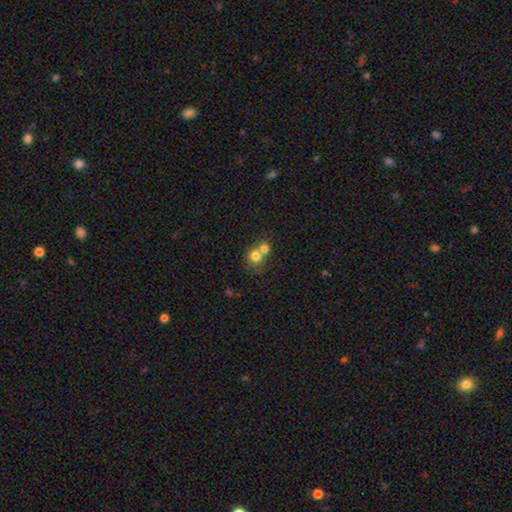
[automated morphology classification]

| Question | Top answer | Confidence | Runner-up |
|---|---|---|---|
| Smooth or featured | smooth | 76% | featured or disk (13%) |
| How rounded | round | 79% | in between (20%) |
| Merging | merger | 59% | none (32%) |